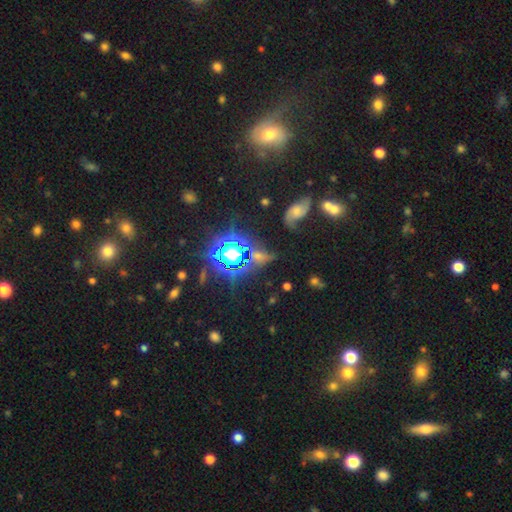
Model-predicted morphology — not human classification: Smooth or featured? star or artifact (69%)